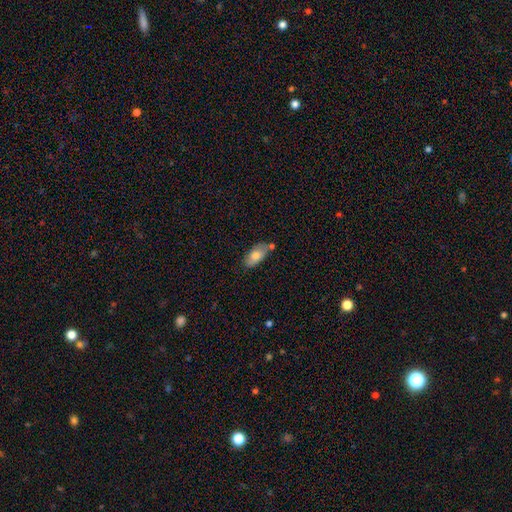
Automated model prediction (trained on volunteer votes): The model was most divided on "merging": none: 61%, minor disturbance: 20%, merger: 14%, major disturbance: 4%. More confident: how rounded — in between (91%); smooth or featured — smooth (76%).